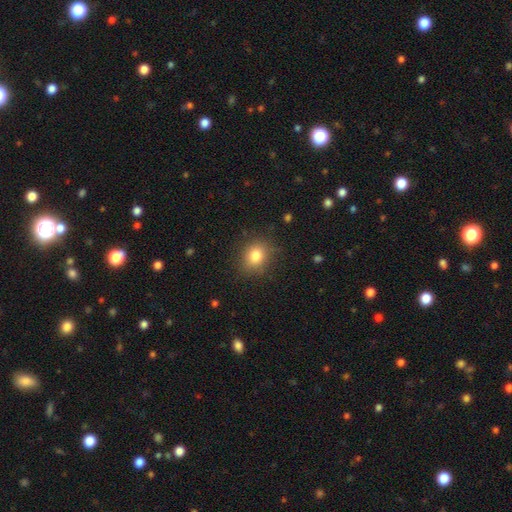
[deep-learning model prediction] The model was most divided on "how rounded": round: 64%, in between: 35%, cigar-shaped: 1%. More confident: merging — none (84%); smooth or featured — smooth (80%).